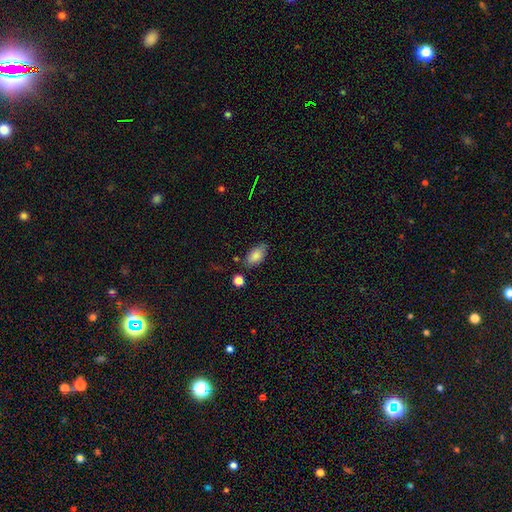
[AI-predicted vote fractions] This appears to be a smooth galaxy with no disk features (84%) that is in between round and cigar-shaped (91%). Merging: none (71%).